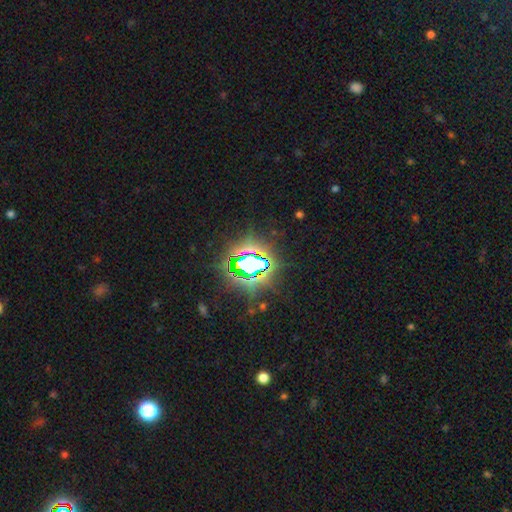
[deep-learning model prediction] Smooth or featured?
  - star or artifact: 81% *
  - smooth: 10%
  - featured or disk: 9%